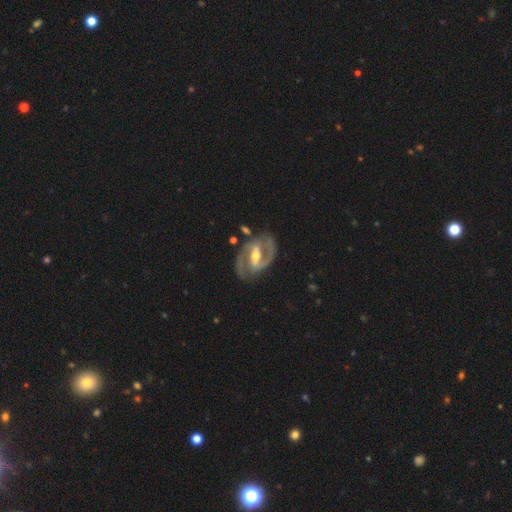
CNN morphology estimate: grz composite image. It shows a featured or disk galaxy (90%) with a strong bar (52%), 2 (92%) medium (57%) spiral arms (96%) and a moderate central bulge (59%). Merging: none (78%).